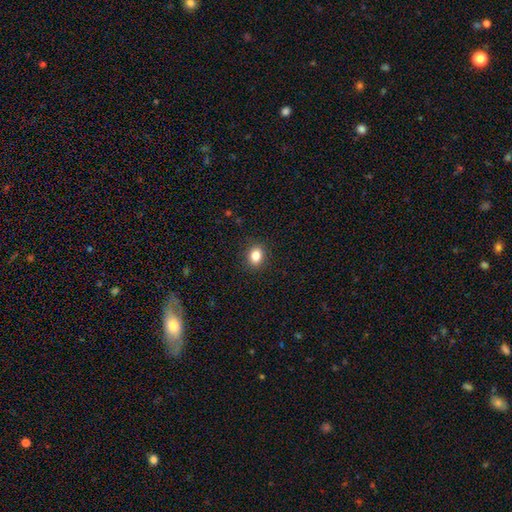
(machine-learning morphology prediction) A smooth galaxy with no disk features (84%) that is round (53%). Merging: none (89%).